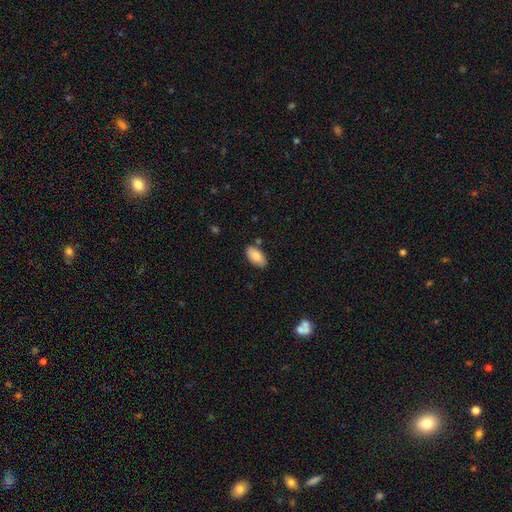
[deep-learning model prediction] Smooth or featured?
  - smooth: 85% *
  - featured or disk: 8%
  - star or artifact: 6%
How rounded?
  - in between: 94% *
  - cigar-shaped: 4%
  - round: 2%
Merging?
  - none: 81% *
  - minor disturbance: 12%
  - merger: 4%
  - major disturbance: 2%